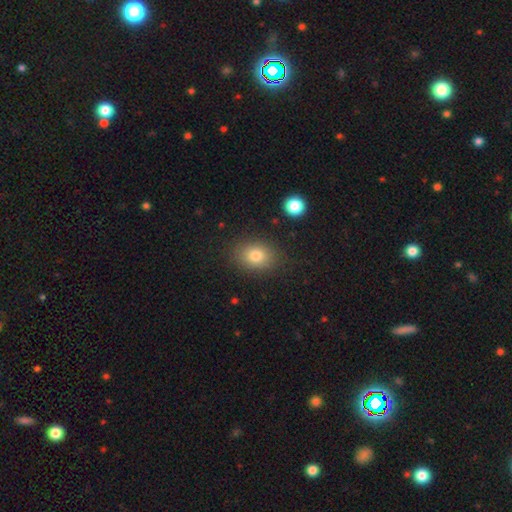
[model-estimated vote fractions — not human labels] Smooth or featured: smooth — 80% (star or artifact — 11%)
How rounded: in between — 63% (round — 36%)
Merging: none — 85% (minor disturbance — 10%)